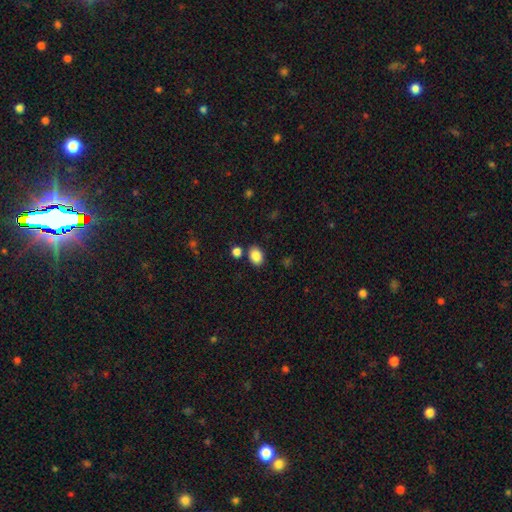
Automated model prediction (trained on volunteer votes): A smooth galaxy with no disk features (87%) that is in between round and cigar-shaped (73%).

Vote fractions:
- Smooth or featured? smooth: 87% / star or artifact: 9% / featured or disk: 4%
- How rounded? in between: 73% / round: 26% / cigar-shaped: 1%
- Merging? none: 81% / minor disturbance: 9% / merger: 7% / major disturbance: 3%